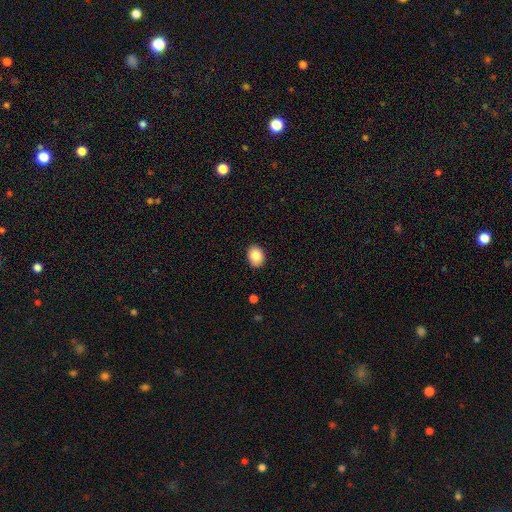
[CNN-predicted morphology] Overall: smooth (86%). How rounded: in between (65%; round 34%). Merging: none (89%).